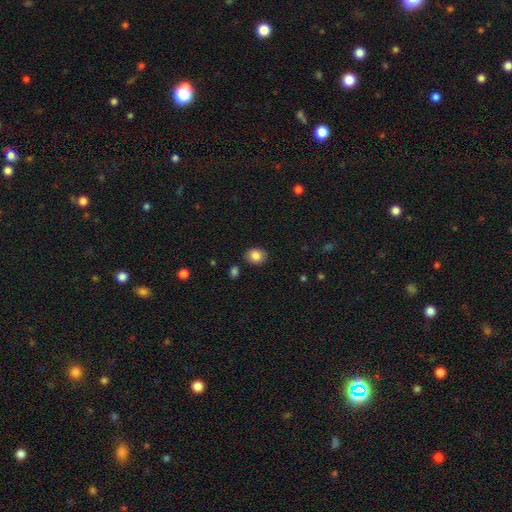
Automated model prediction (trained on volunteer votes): Smooth or featured? smooth (86%)
How rounded? round (52%)
Merging? none (84%)